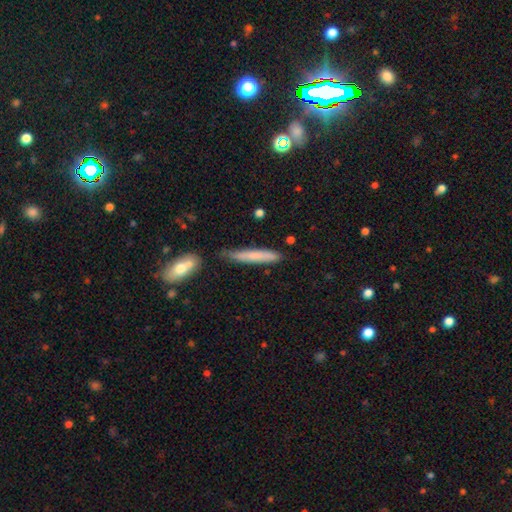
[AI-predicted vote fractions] A smooth galaxy with no disk features (71%) that is cigar-shaped (94%). Merging: none (74%).